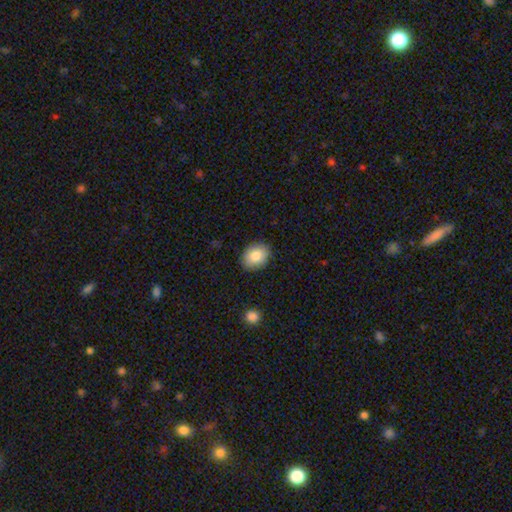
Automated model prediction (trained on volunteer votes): The model was most divided on "how rounded": in between: 63%, round: 36%, cigar-shaped: 1%. More confident: merging — none (87%); smooth or featured — smooth (84%).